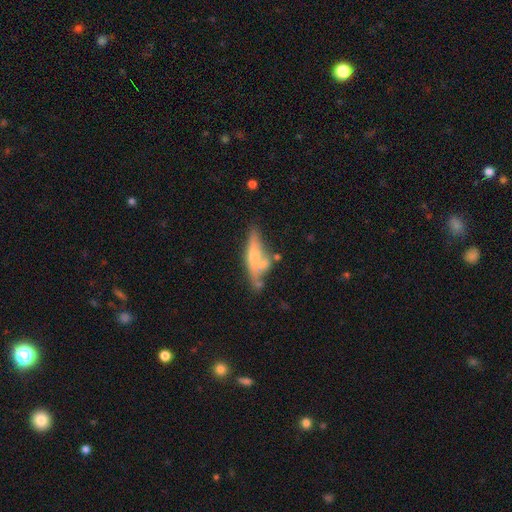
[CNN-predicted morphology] Overall: smooth (47%; featured or disk 45%). Merging: none (45%; minor disturbance 24%).